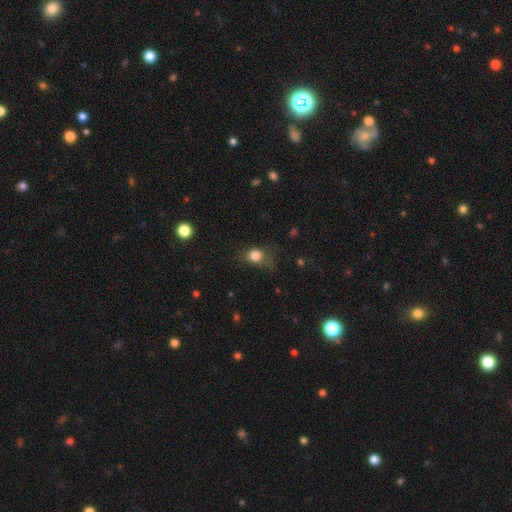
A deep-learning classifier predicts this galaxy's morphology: Smooth or featured: smooth — 80% (star or artifact — 12%)
How rounded: round — 66% (in between — 32%)
Merging: none — 51% (minor disturbance — 28%)